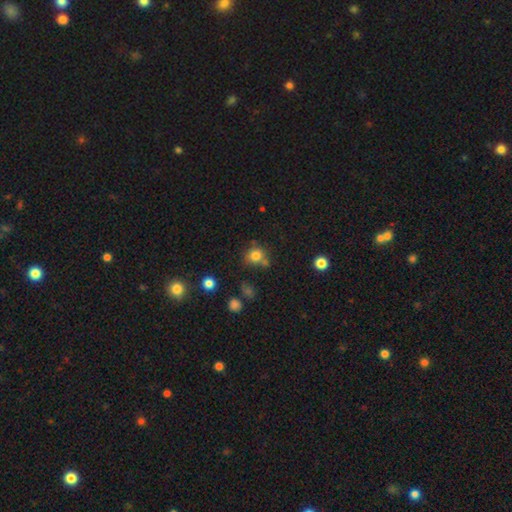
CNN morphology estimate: smooth-or-featured: smooth: 79% | star or artifact: 14% | featured or disk: 8%
  how-rounded: round: 82% | in between: 17% | cigar-shaped: 1%
  merging: none: 63% | minor disturbance: 16% | merger: 15% | major disturbance: 6%